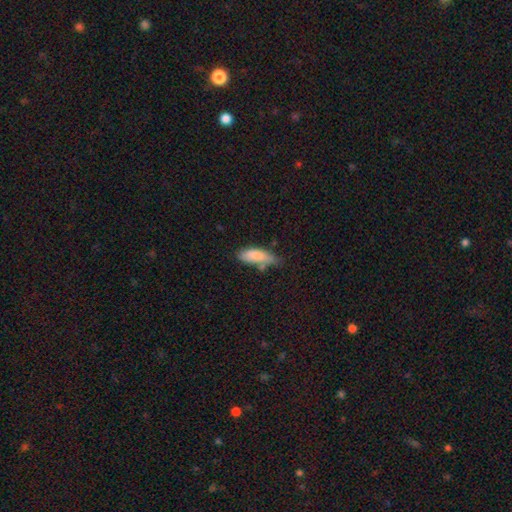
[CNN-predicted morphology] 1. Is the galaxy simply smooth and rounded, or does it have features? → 83% smooth, 10% featured or disk, 7% star or artifact.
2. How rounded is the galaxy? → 62% in between, 36% cigar-shaped, 2% round.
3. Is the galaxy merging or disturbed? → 49% none, 32% minor disturbance, 10% merger, 9% major disturbance.